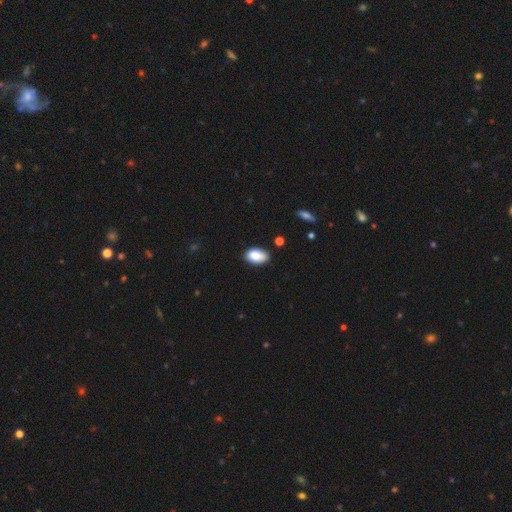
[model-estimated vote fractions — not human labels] smooth 87%, star or artifact 7%, featured or disk 6%. Down the decision tree: how rounded — in between (94%); merging — none (81%).